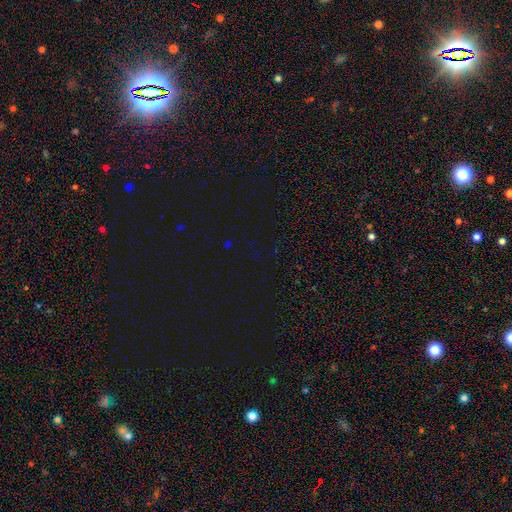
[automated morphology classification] This appears to be a star or artifact, not a galaxy (69%).